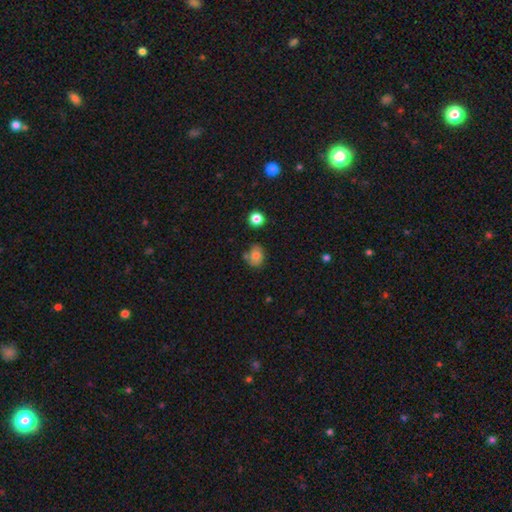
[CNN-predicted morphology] smooth_or_featured: smooth (p=0.75) [alt: featured or disk p=0.14]
how_rounded: in between (p=0.50) [alt: round p=0.49]
merging: none (p=0.63) [alt: minor disturbance p=0.22]